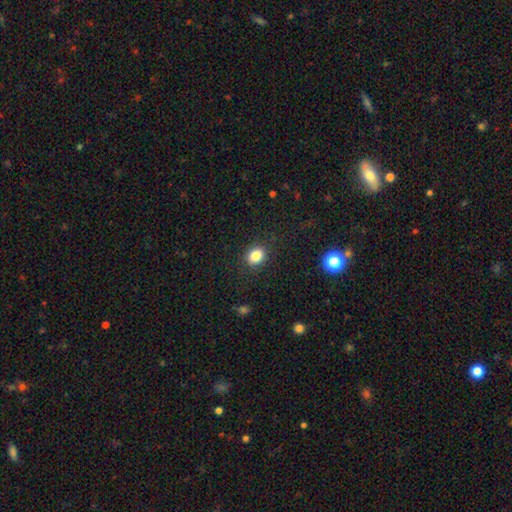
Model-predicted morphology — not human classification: Smooth or featured? smooth (85%)
How rounded? in between (51%)
Merging? none (88%)